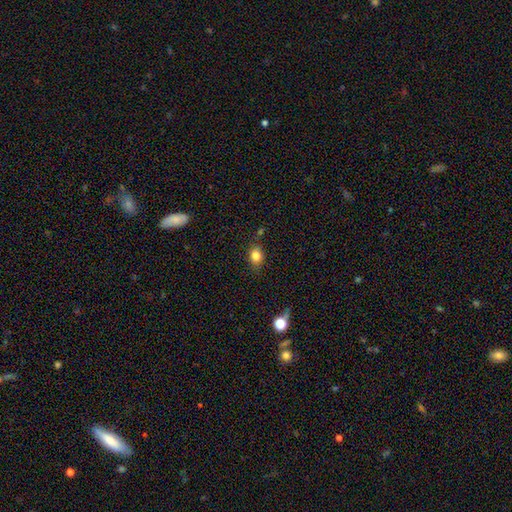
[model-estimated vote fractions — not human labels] Morphology: type=smooth (82%); roundness=in between (51%); merging=none (77%).